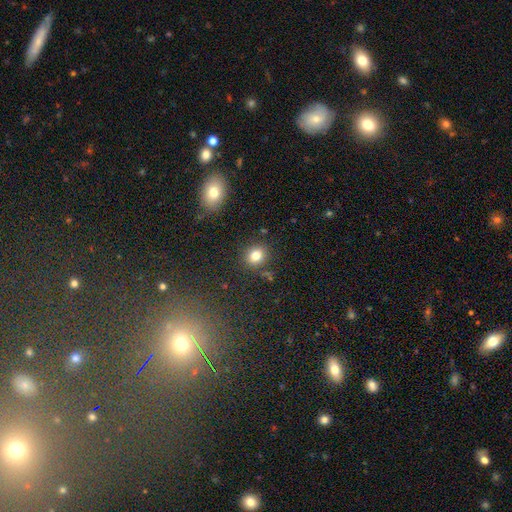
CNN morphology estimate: Smooth or featured? smooth (80%)
How rounded? round (77%)
Merging? none (85%)